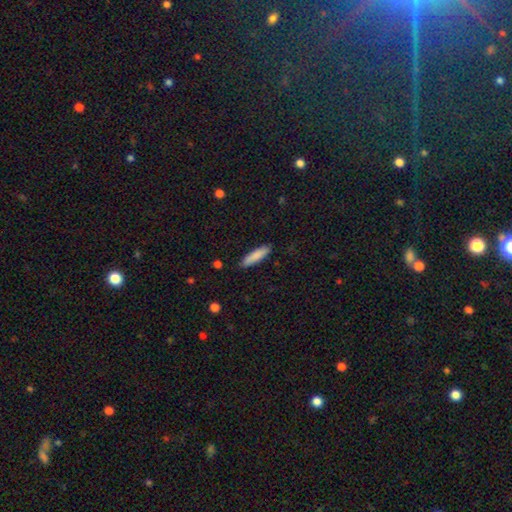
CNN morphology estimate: smooth_or_featured: smooth (p=0.85) [alt: featured or disk p=0.10]
how_rounded: cigar-shaped (p=0.74) [alt: in between p=0.25]
merging: none (p=0.88) [alt: minor disturbance p=0.09]